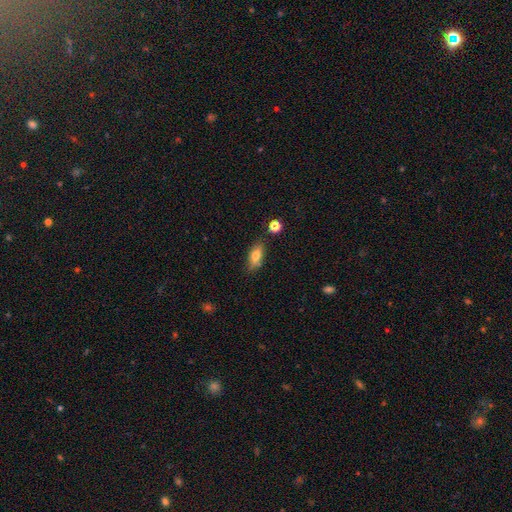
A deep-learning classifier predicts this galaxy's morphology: Overall: smooth (72%). How rounded: in between (78%). Merging: none (77%).